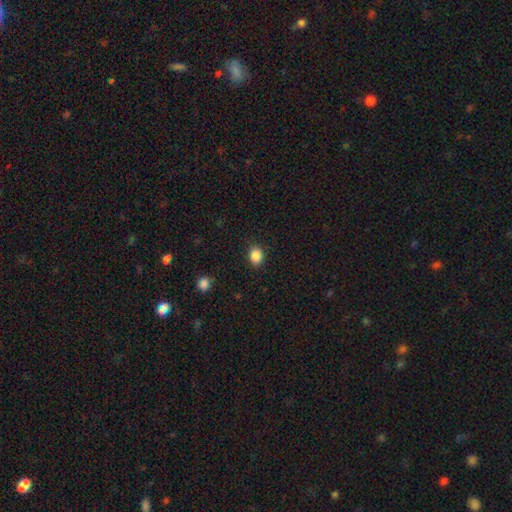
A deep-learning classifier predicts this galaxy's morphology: smooth-or-featured: smooth: 87% | star or artifact: 10% | featured or disk: 3%
  how-rounded: round: 54% | in between: 45% | cigar-shaped: 1%
  merging: none: 86% | minor disturbance: 10% | major disturbance: 3% | merger: 1%